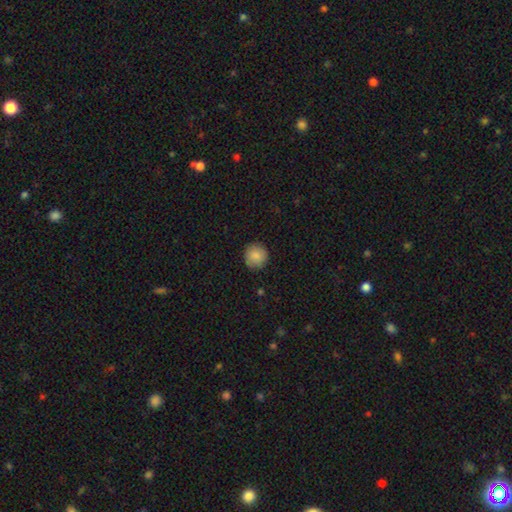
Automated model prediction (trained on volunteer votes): Q: Smooth or featured?
A: smooth (87%); runner-up: star or artifact (8%)
Q: How rounded?
A: round (94%); runner-up: in between (5%)
Q: Merging?
A: none (90%); runner-up: minor disturbance (8%)